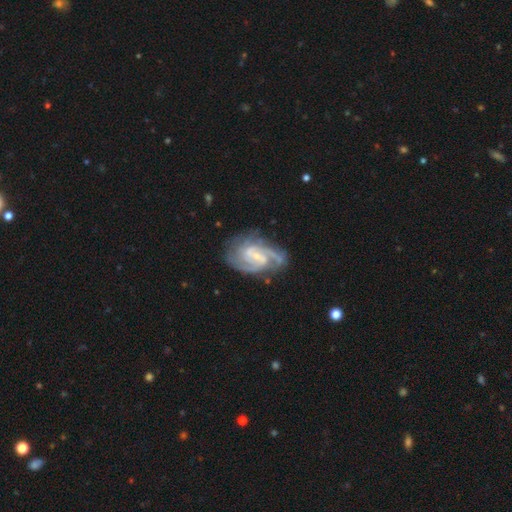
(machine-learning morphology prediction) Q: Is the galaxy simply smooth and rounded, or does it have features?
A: featured or disk — 85%.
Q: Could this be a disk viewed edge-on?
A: no — 97%.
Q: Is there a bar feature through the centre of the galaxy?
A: weak — 49%.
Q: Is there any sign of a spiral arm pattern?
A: yes — 96%.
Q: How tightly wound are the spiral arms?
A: medium — 47%.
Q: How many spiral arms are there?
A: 2 — 47%.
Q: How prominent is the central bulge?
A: small — 64%.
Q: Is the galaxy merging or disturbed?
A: none — 62%.